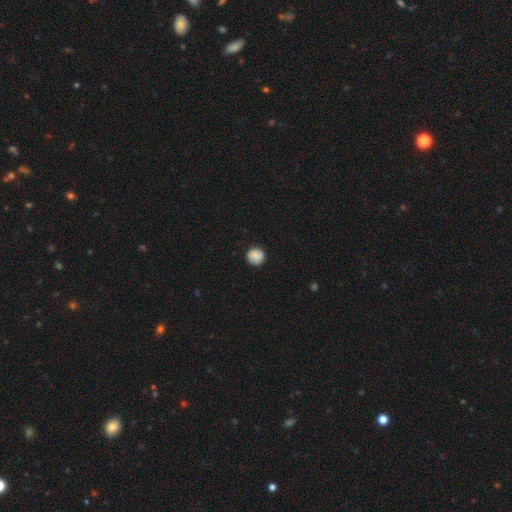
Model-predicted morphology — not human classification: A smooth galaxy with no disk features (86%) that is round (93%). Merging: none (88%).